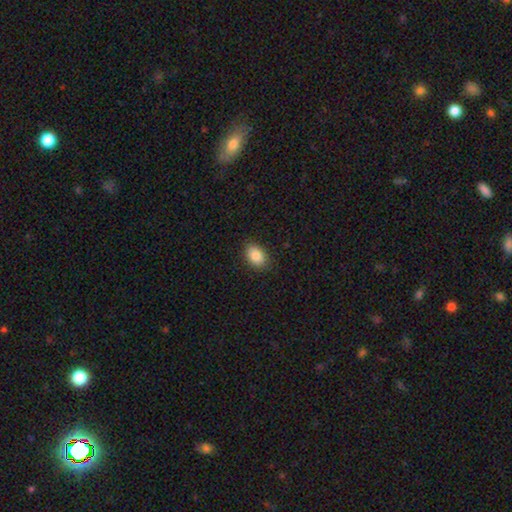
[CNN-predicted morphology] A smooth galaxy with no disk features (88%) that is in between round and cigar-shaped (84%).

Vote fractions:
- Smooth or featured? smooth: 88% / star or artifact: 8% / featured or disk: 5%
- How rounded? in between: 84% / round: 15% / cigar-shaped: 1%
- Merging? none: 88% / minor disturbance: 9% / major disturbance: 2% / merger: 1%